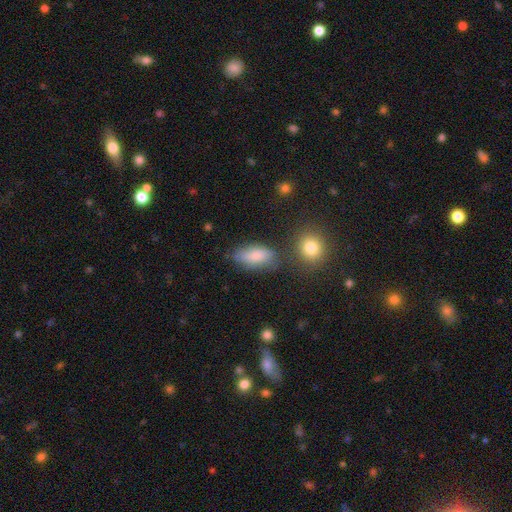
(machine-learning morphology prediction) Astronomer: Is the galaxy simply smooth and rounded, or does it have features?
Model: smooth — 77%.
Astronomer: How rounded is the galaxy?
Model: in between — 85%.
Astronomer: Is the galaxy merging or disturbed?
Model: none — 63%.